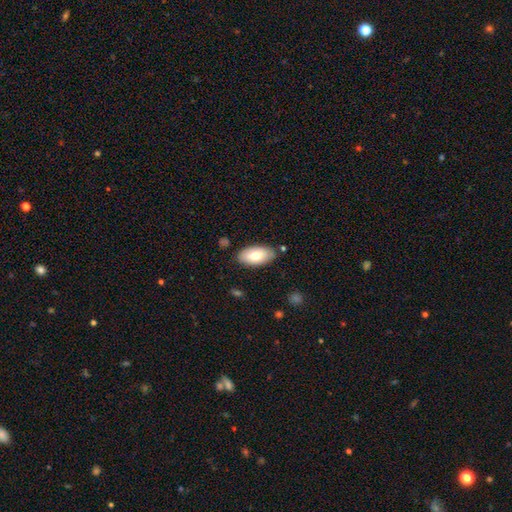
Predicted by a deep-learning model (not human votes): This is likely a smooth galaxy (71%). How rounded: clearly in between (94%). Merging: clearly none (82%).